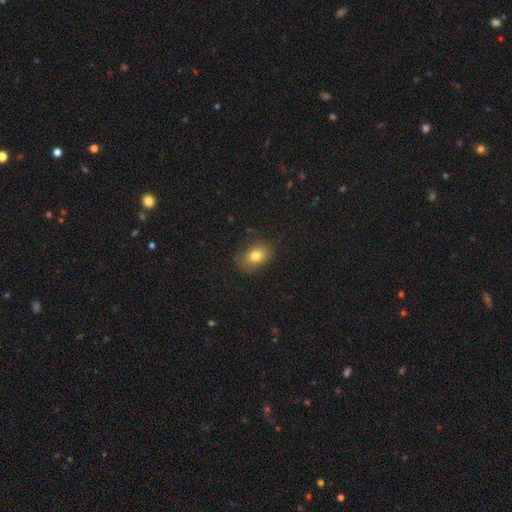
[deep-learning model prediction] A smooth galaxy with no disk features (79%) that is in between round and cigar-shaped (69%).

Vote fractions:
- Smooth or featured? smooth: 79% / featured or disk: 11% / star or artifact: 11%
- How rounded? in between: 69% / round: 29% / cigar-shaped: 1%
- Merging? none: 79% / minor disturbance: 15% / major disturbance: 4% / merger: 1%